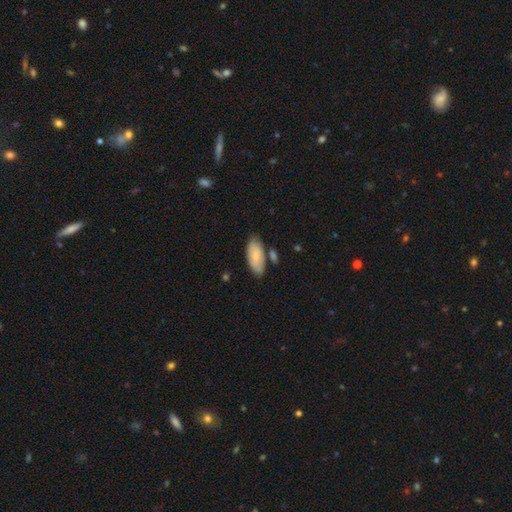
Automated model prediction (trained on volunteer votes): Smooth or featured? smooth (76%)
How rounded? in between (90%)
Merging? none (71%)